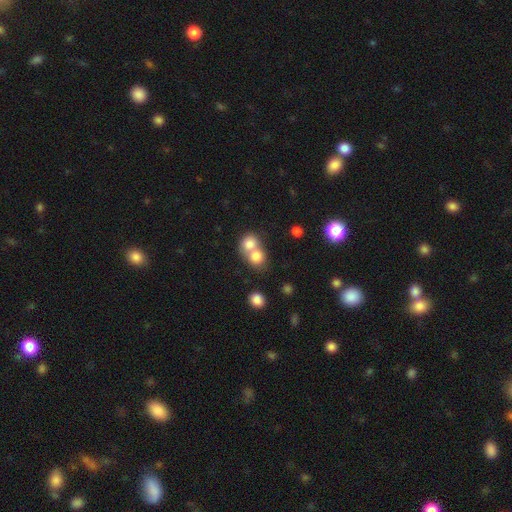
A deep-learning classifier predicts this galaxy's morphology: Smooth or featured? smooth (79%)
How rounded? round (75%)
Merging? merger (66%)